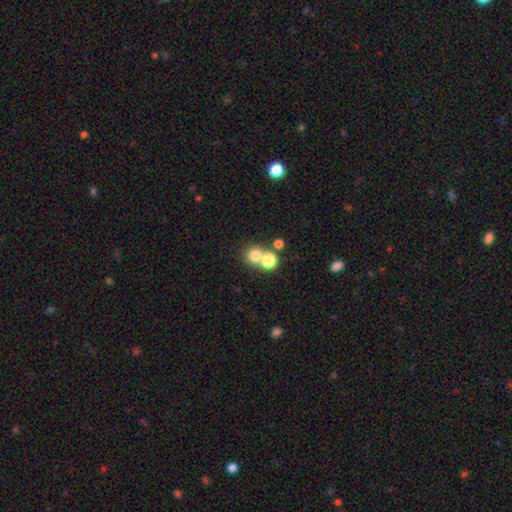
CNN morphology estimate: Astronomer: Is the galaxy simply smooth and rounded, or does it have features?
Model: smooth — 75%.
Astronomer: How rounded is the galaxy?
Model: round — 86%.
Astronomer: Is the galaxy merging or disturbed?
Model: none — 54% (runner-up: merger, 36%).